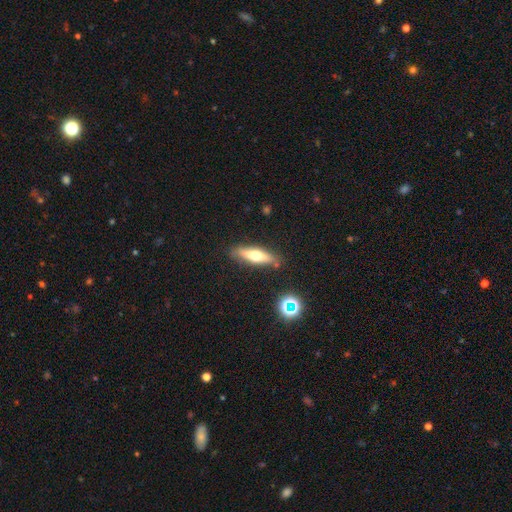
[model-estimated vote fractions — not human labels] A smooth galaxy with no disk features (52%) that is cigar-shaped (66%). Merging: none (82%).